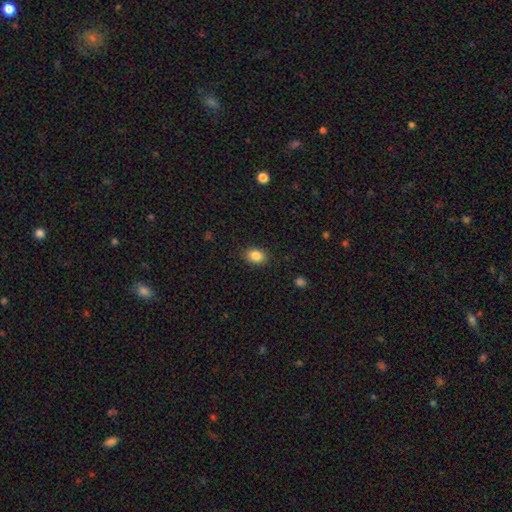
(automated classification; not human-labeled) This is clearly a smooth galaxy (85%). How rounded: likely in between (68%). Merging: clearly none (88%).